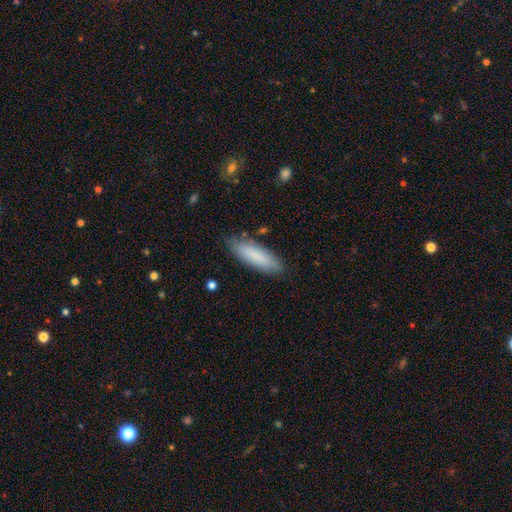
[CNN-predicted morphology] This is clearly a smooth galaxy (84%). How rounded: possibly cigar-shaped (59%). Merging: clearly none (84%).